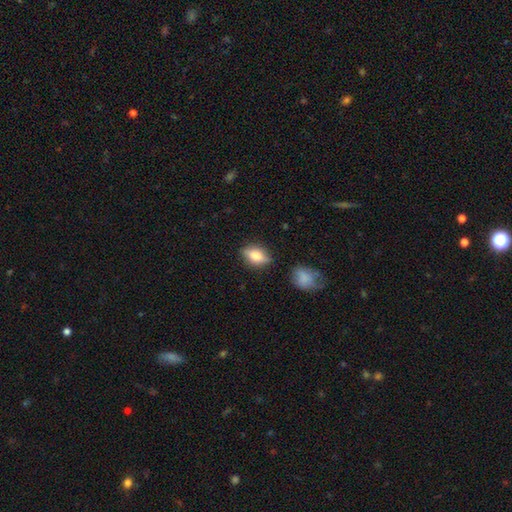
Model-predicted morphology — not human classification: smooth 66%, featured or disk 25%, star or artifact 8%. Down the decision tree: how rounded — in between (78%); merging — none (79%).